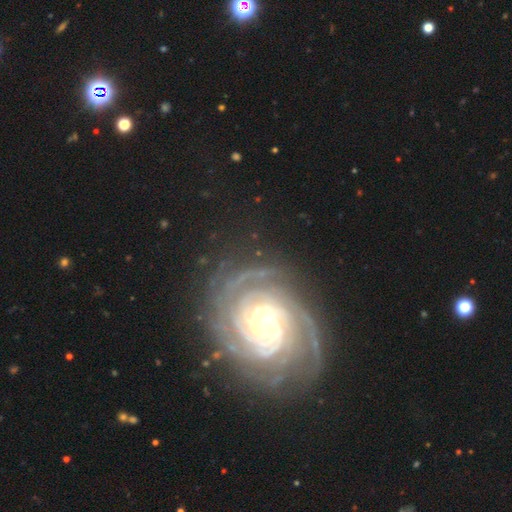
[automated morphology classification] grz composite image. It shows a featured or disk galaxy (85%) with no bar (71%), 2 (26%) tight (80%) spiral arms (97%) and a small central bulge (56%). Merging: none (80%).